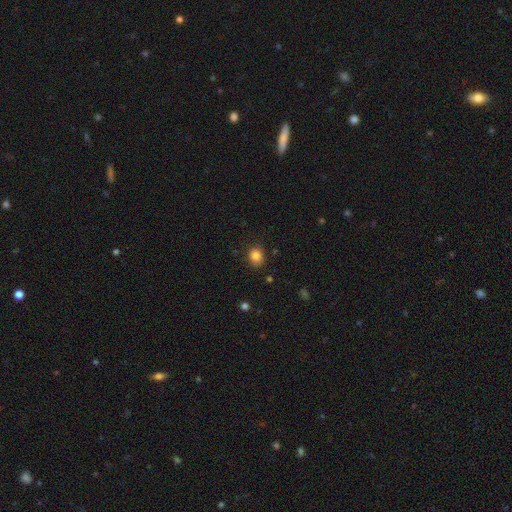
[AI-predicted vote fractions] This is clearly a smooth galaxy (84%). How rounded: likely round (62%). Merging: clearly none (83%).